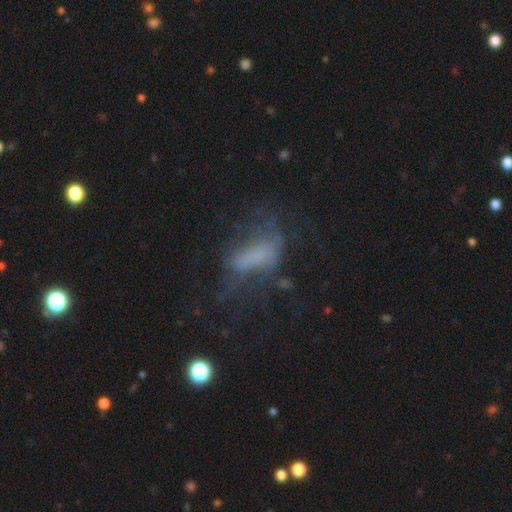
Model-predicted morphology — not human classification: type=smooth (40%); merging=major disturbance (42%).